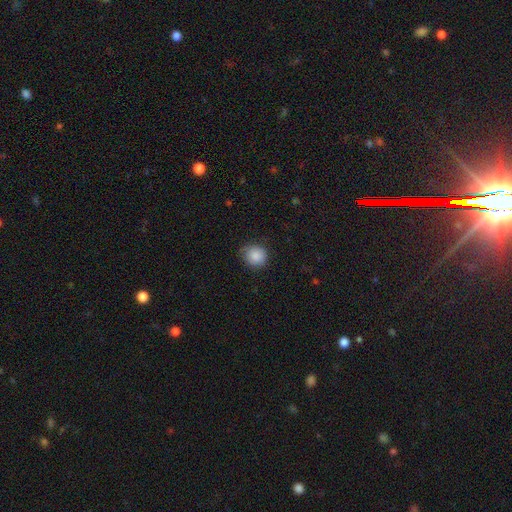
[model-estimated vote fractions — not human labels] A smooth galaxy with no disk features (88%) that is round (84%). Merging: none (79%).